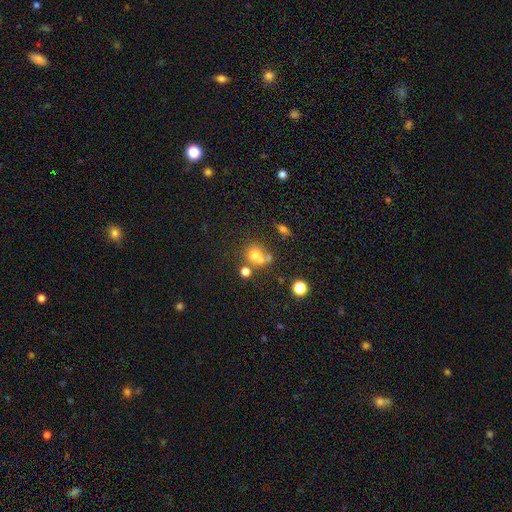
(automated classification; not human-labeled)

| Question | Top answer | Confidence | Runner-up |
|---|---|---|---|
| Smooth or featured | smooth | 67% | star or artifact (17%) |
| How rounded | round | 77% | in between (22%) |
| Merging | none | 44% | merger (39%) |